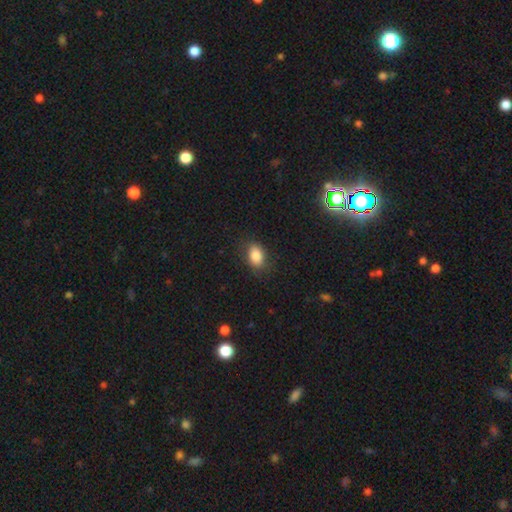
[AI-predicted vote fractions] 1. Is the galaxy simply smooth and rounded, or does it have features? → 85% smooth, 9% star or artifact, 7% featured or disk.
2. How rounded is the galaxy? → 83% in between, 16% round, 2% cigar-shaped.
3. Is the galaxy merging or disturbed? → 80% none, 15% minor disturbance, 4% major disturbance, 1% merger.